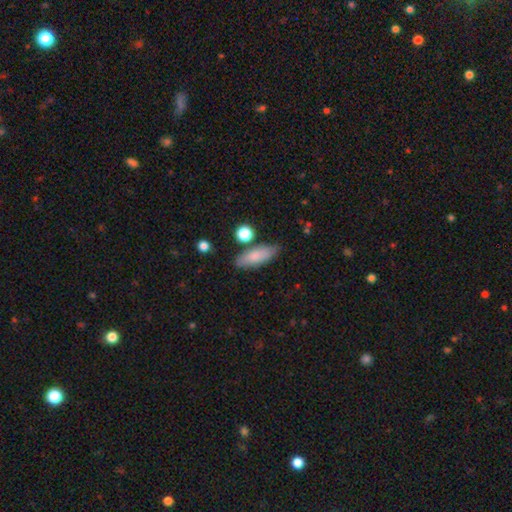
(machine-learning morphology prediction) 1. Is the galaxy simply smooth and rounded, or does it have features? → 78% smooth, 15% featured or disk, 7% star or artifact.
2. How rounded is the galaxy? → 64% in between, 32% cigar-shaped, 3% round.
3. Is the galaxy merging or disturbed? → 76% none, 15% minor disturbance, 6% merger, 3% major disturbance.